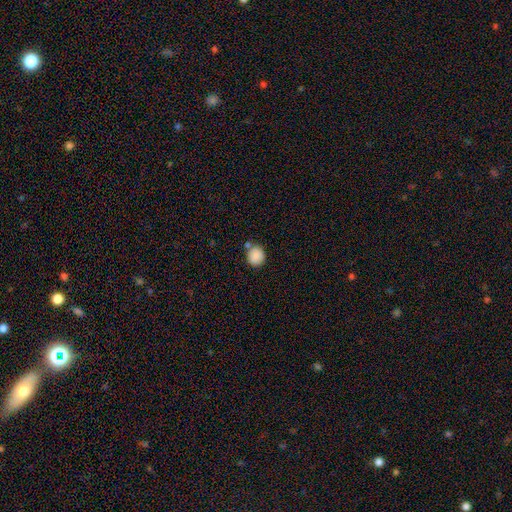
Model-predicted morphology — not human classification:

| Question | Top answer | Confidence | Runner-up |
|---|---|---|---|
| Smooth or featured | smooth | 88% | star or artifact (8%) |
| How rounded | round | 78% | in between (21%) |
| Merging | none | 69% | merger (14%) |